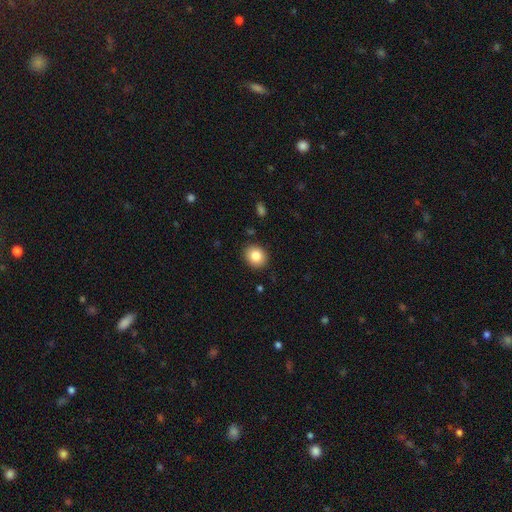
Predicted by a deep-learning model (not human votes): The model was most divided on "how rounded": round: 68%, in between: 31%, cigar-shaped: 1%. More confident: merging — none (89%); smooth or featured — smooth (83%).